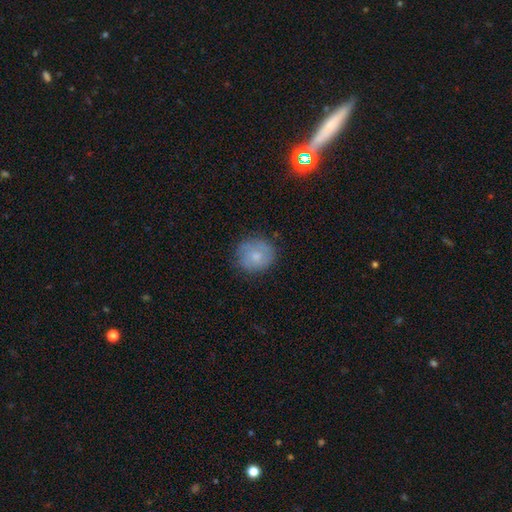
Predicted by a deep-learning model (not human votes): smooth_or_featured: smooth (p=0.67) [alt: featured or disk p=0.25]
how_rounded: round (p=0.86) [alt: in between p=0.13]
merging: none (p=0.77) [alt: minor disturbance p=0.17]